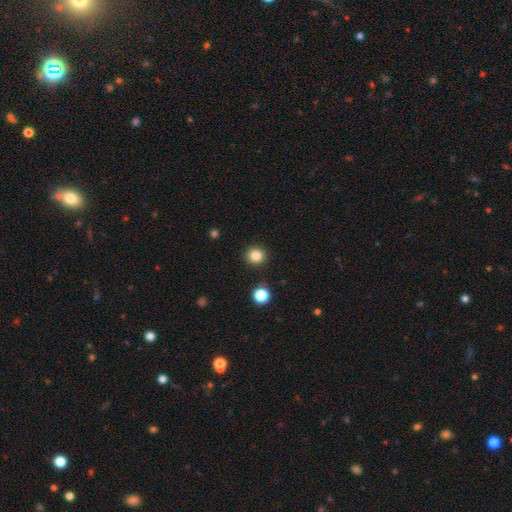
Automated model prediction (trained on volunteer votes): Smooth or featured? smooth (84%)
How rounded? round (92%)
Merging? none (91%)